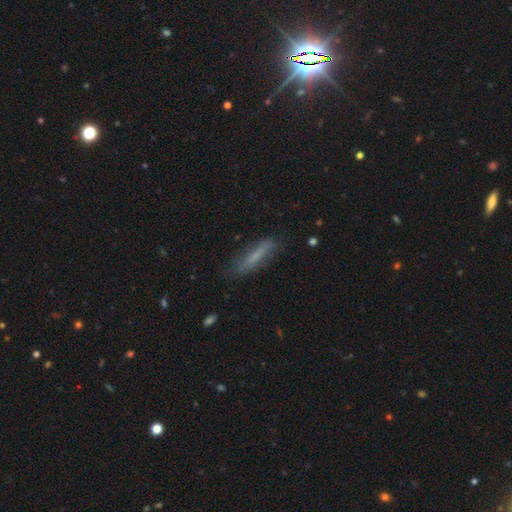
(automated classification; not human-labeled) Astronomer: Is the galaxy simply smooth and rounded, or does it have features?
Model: smooth — 65%.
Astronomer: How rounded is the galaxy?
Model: cigar-shaped — 84%.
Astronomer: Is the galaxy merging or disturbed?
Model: none — 75%.